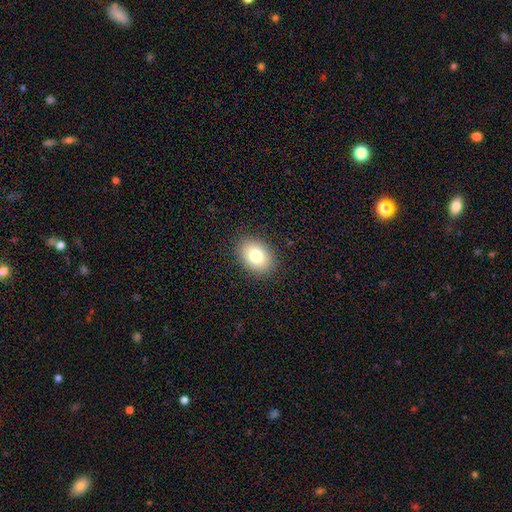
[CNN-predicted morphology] Smooth or featured: smooth — 80% (featured or disk — 11%)
How rounded: in between — 73% (round — 26%)
Merging: none — 88% (minor disturbance — 8%)